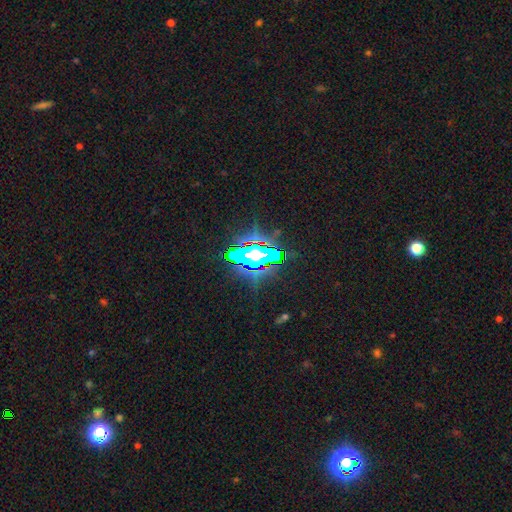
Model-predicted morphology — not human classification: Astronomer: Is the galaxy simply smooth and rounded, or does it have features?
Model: star or artifact — 58%.